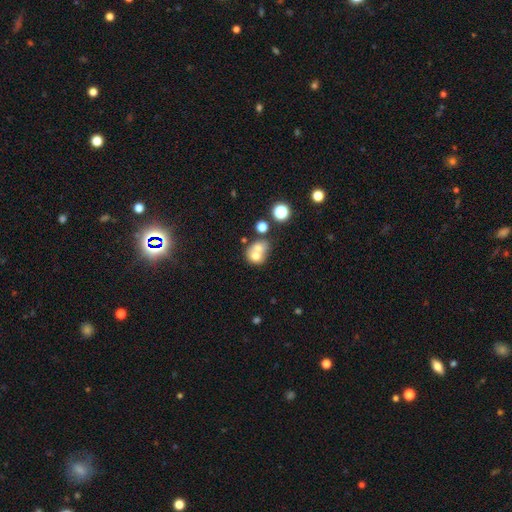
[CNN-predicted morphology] Smooth or featured?
  - smooth: 65% *
  - featured or disk: 23%
  - star or artifact: 12%
How rounded?
  - round: 67% *
  - in between: 32%
  - cigar-shaped: 1%
Merging?
  - merger: 62% *
  - none: 26%
  - minor disturbance: 8%
  - major disturbance: 4%